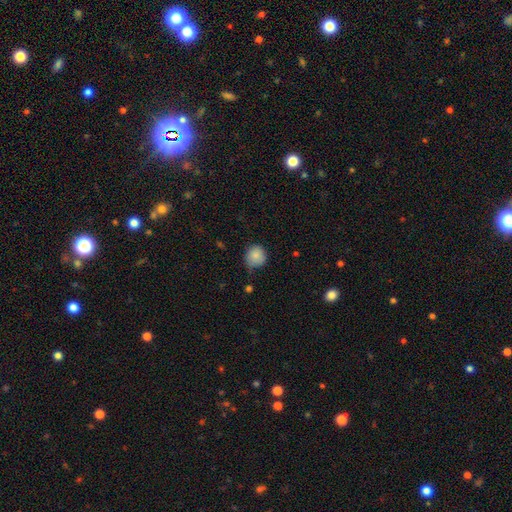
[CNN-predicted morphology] Q: Smooth or featured?
A: smooth (86%); runner-up: star or artifact (9%)
Q: How rounded?
A: round (86%); runner-up: in between (13%)
Q: Merging?
A: none (68%); runner-up: minor disturbance (26%)